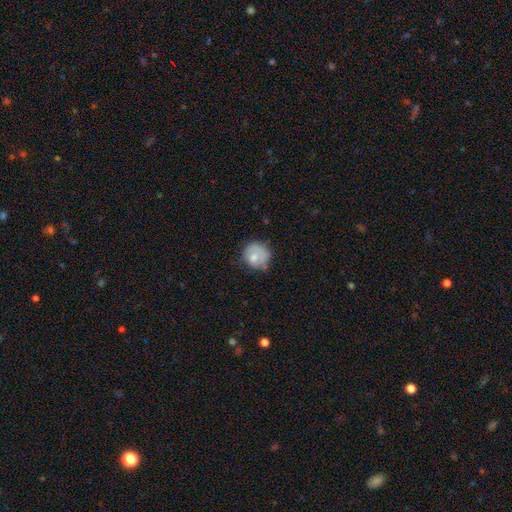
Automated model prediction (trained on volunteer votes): This appears to be a smooth galaxy with no disk features (72%) that is round (82%). Merging: none (55%).